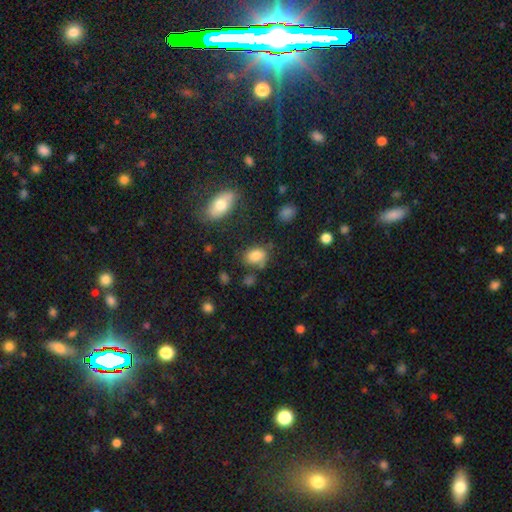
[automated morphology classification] Q: Smooth or featured?
A: smooth (82%); runner-up: star or artifact (10%)
Q: How rounded?
A: in between (79%); runner-up: round (19%)
Q: Merging?
A: none (62%); runner-up: minor disturbance (22%)